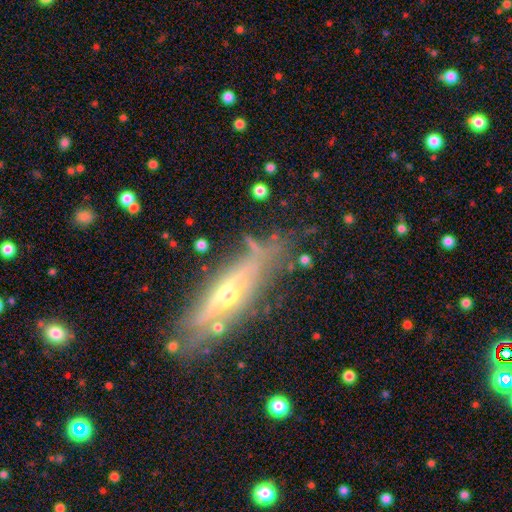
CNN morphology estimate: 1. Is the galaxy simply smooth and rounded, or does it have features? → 68% featured or disk, 23% smooth, 9% star or artifact.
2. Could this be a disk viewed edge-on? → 85% yes, 15% no.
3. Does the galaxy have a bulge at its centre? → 83% rounded, 10% none, 7% boxy.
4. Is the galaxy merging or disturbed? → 68% none, 18% minor disturbance, 8% major disturbance, 6% merger.